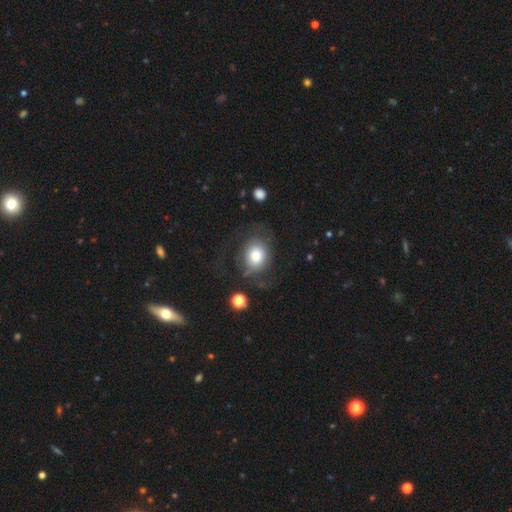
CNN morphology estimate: This appears to be a smooth galaxy with no disk features (67%) that is round (60%). Merging: none (51%).